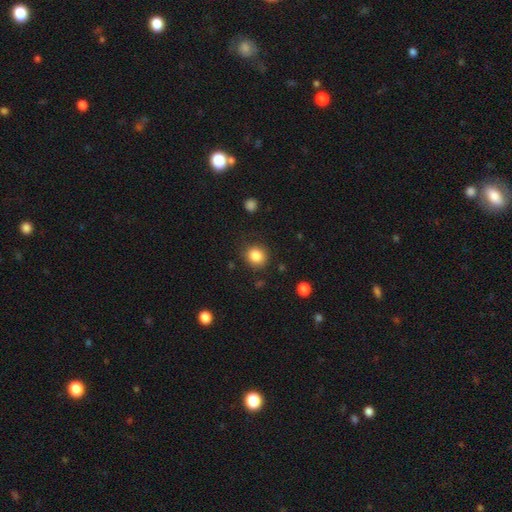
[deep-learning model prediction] This is clearly a smooth galaxy (85%). How rounded: clearly round (84%). Merging: clearly none (85%).